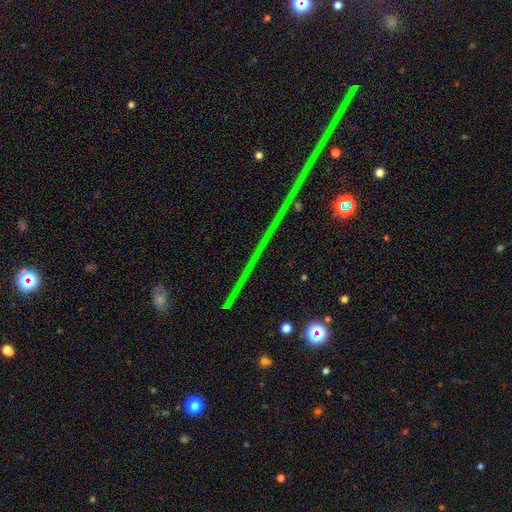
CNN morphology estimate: Smooth or featured? star or artifact (79%)